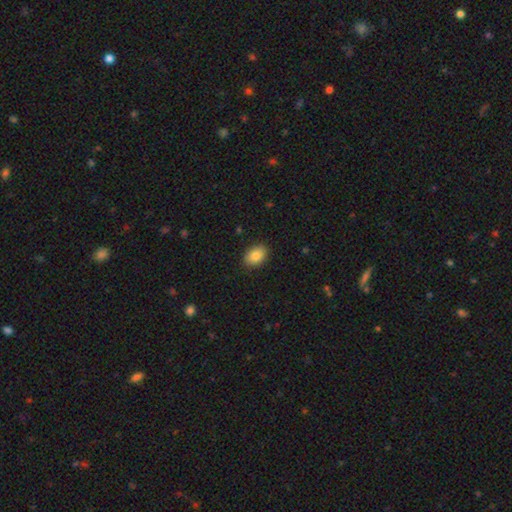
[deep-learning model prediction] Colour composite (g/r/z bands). It shows a smooth galaxy with no disk features (85%) that is in between round and cigar-shaped (79%). Merging: none (88%).